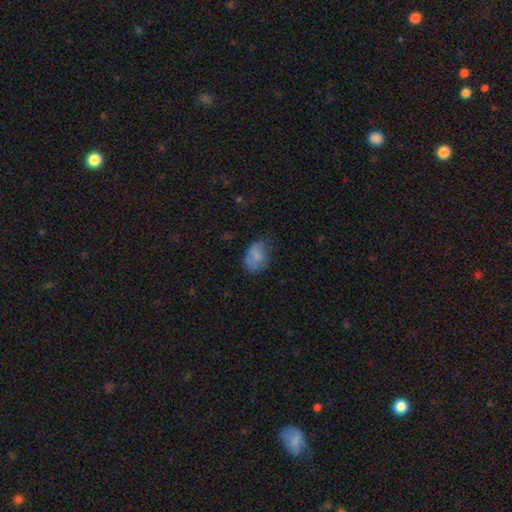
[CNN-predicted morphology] smooth 77%, featured or disk 13%, star or artifact 10%. Down the decision tree: how rounded — in between (80%); merging — none (50%).